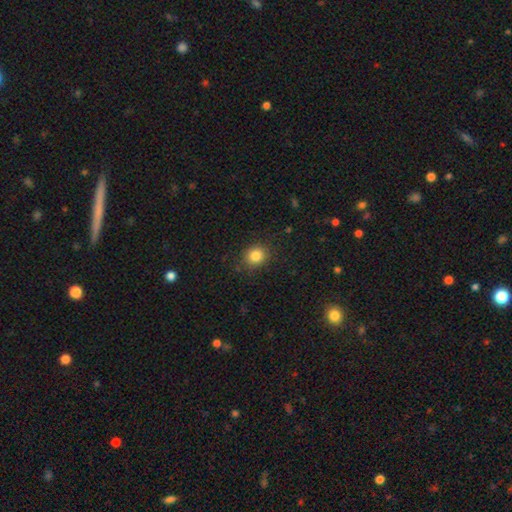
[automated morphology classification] smooth 83%, star or artifact 11%, featured or disk 6%. Down the decision tree: how rounded — round (75%); merging — none (86%).